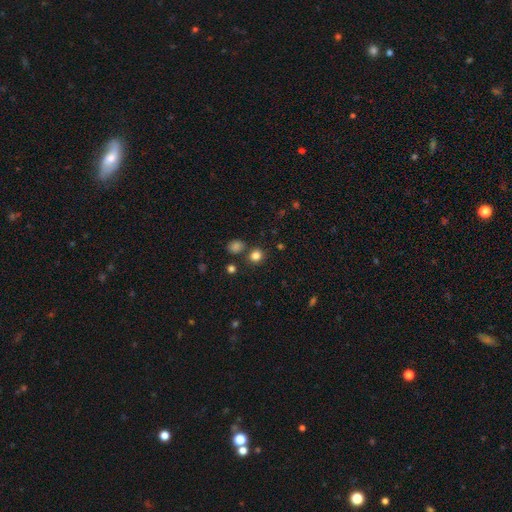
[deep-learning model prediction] Overall: smooth (82%). How rounded: round (85%). Merging: none (79%).